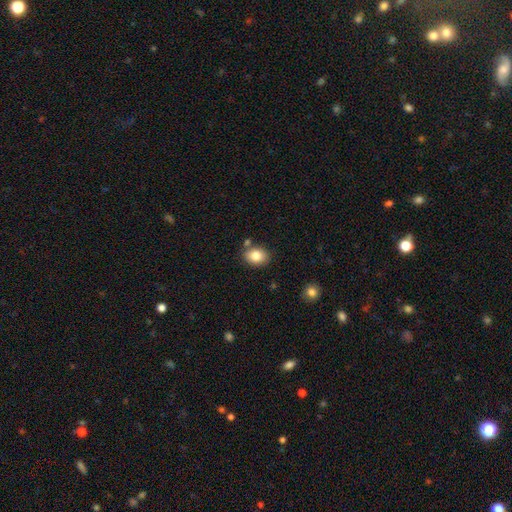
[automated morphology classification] smooth-or-featured: smooth: 83% | featured or disk: 9% | star or artifact: 8%
  how-rounded: in between: 64% | round: 35% | cigar-shaped: 1%
  merging: none: 78% | minor disturbance: 12% | merger: 7% | major disturbance: 3%